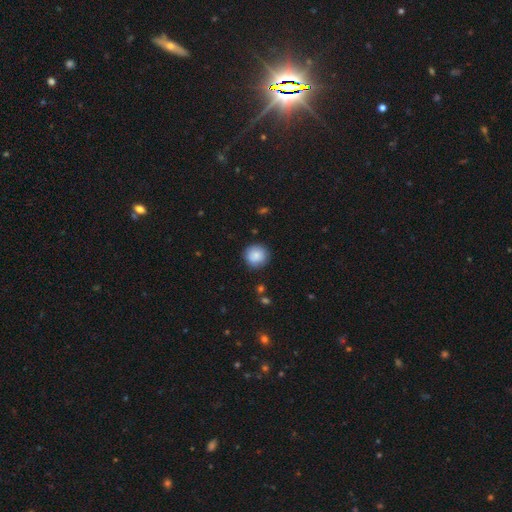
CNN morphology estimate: This is clearly a smooth galaxy (87%). How rounded: clearly round (93%). Merging: clearly none (88%).